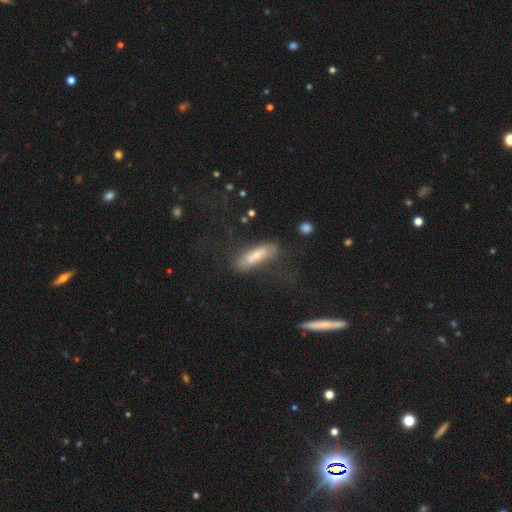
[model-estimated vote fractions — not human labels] smooth 58%, featured or disk 34%, star or artifact 8%. Down the decision tree: how rounded — cigar-shaped (58%); merging — none (51%).